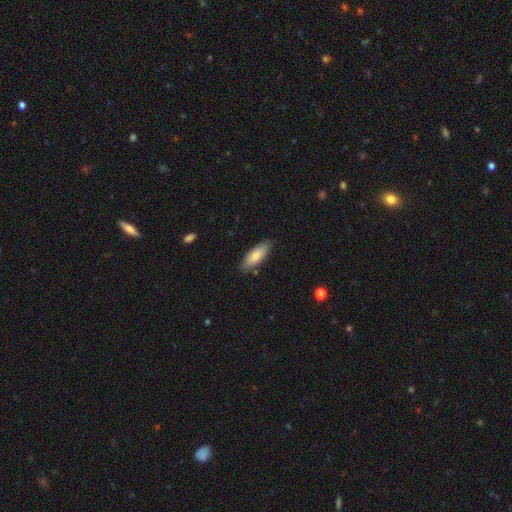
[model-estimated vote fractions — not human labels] smooth-or-featured: smooth: 80% | featured or disk: 14% | star or artifact: 6%
  how-rounded: in between: 70% | cigar-shaped: 29% | round: 2%
  merging: none: 83% | minor disturbance: 13% | major disturbance: 2% | merger: 2%